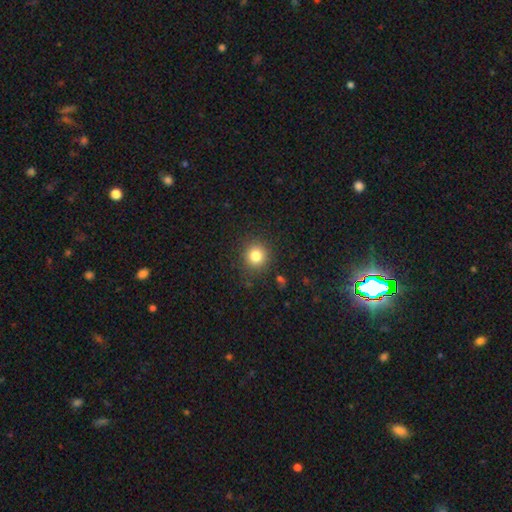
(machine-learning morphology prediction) This is clearly a smooth galaxy (81%). How rounded: clearly round (92%). Merging: clearly none (89%).